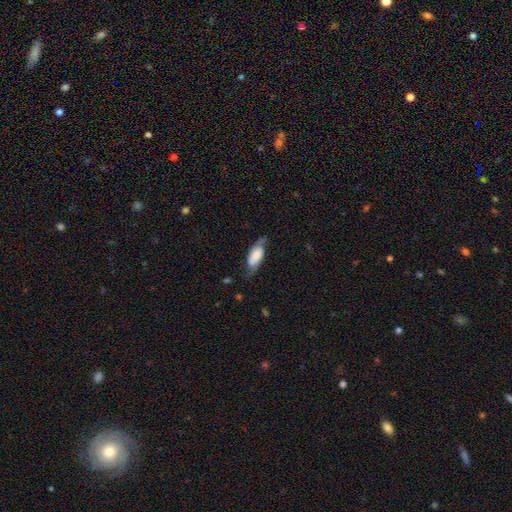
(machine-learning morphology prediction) Smooth or featured?
  - smooth: 47% *
  - featured or disk: 46%
  - star or artifact: 7%
Merging?
  - none: 59% *
  - minor disturbance: 27%
  - major disturbance: 12%
  - merger: 2%